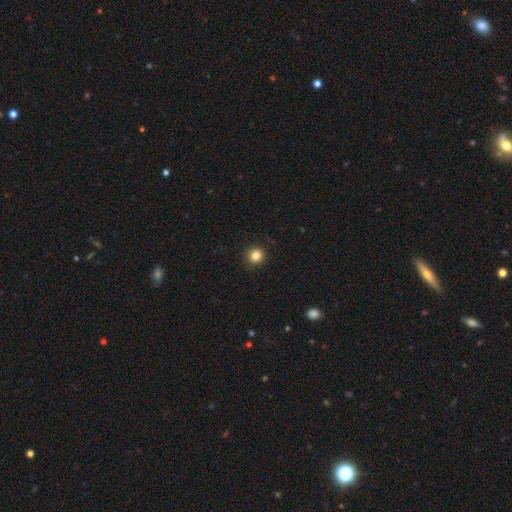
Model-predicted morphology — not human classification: smooth 84%, star or artifact 12%, featured or disk 4%. Down the decision tree: how rounded — round (94%); merging — none (92%).